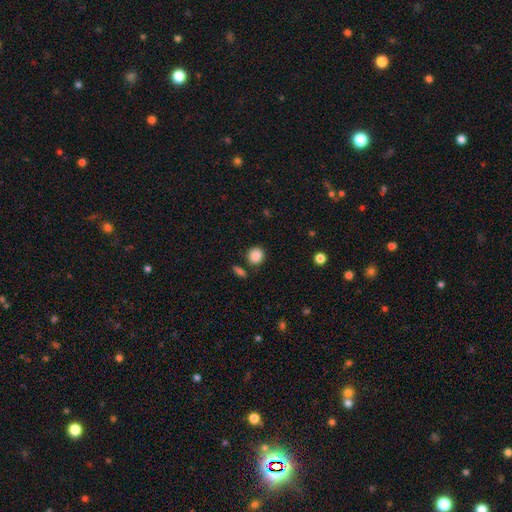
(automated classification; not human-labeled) The model was most divided on "how rounded": round: 80%, in between: 19%, cigar-shaped: 1%. More confident: smooth or featured — smooth (88%); merging — none (81%).